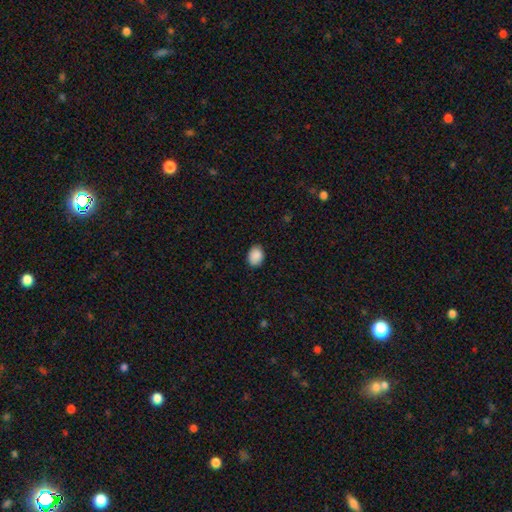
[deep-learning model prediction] This appears to be a smooth galaxy with no disk features (89%) that is in between round and cigar-shaped (60%). Merging: none (86%).